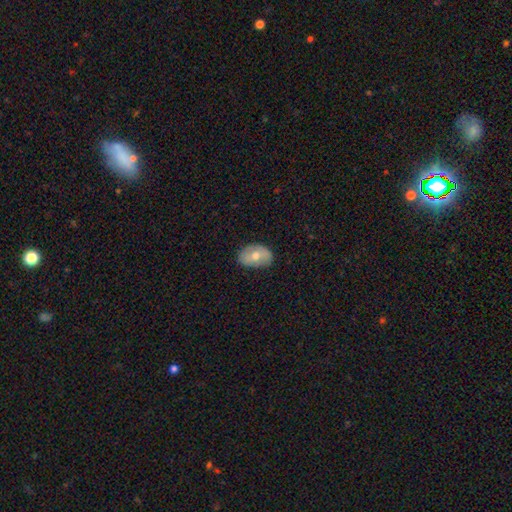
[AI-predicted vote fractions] Overall: smooth (57%; featured or disk 35%). How rounded: in between (85%). Merging: none (80%).